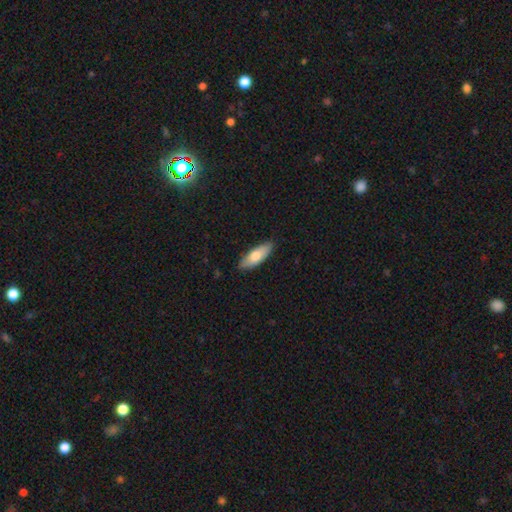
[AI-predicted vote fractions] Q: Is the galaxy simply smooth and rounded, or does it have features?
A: smooth — 74%.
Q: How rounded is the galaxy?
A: in between — 70%.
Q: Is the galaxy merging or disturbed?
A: none — 86%.